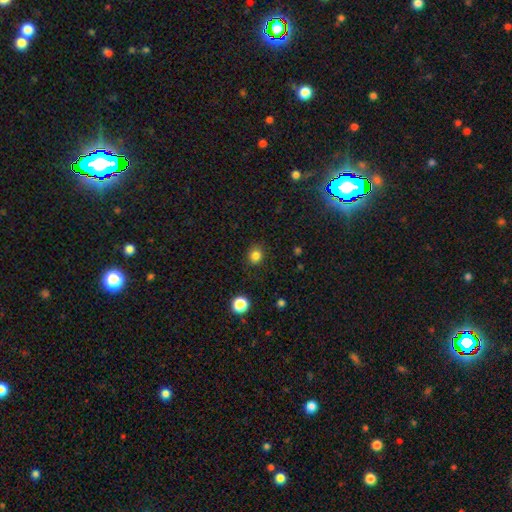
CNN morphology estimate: smooth_or_featured: smooth (p=0.83) [alt: star or artifact p=0.13]
how_rounded: round (p=0.71) [alt: in between p=0.28]
merging: none (p=0.86) [alt: minor disturbance p=0.10]